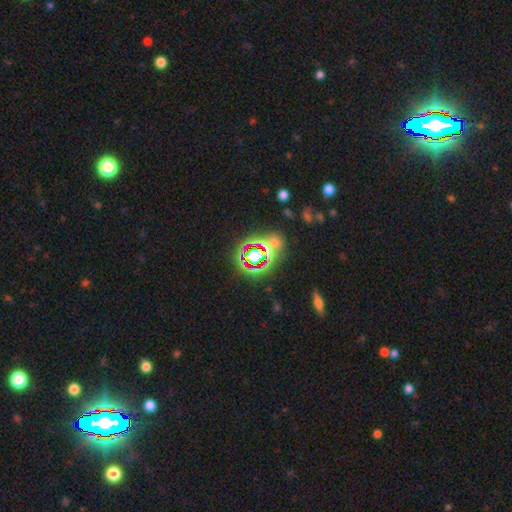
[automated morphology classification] Smooth or featured: star or artifact — 74% (smooth — 15%)